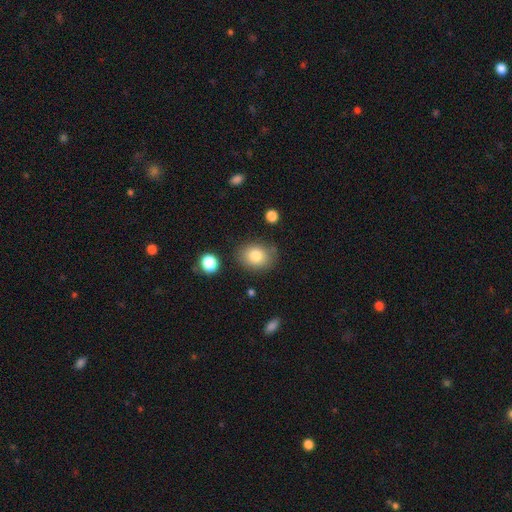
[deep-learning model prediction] A smooth galaxy with no disk features (81%) that is in between round and cigar-shaped (52%).

Vote fractions:
- Smooth or featured? smooth: 81% / star or artifact: 9% / featured or disk: 9%
- How rounded? in between: 52% / round: 47% / cigar-shaped: 1%
- Merging? none: 78% / minor disturbance: 14% / major disturbance: 4% / merger: 3%